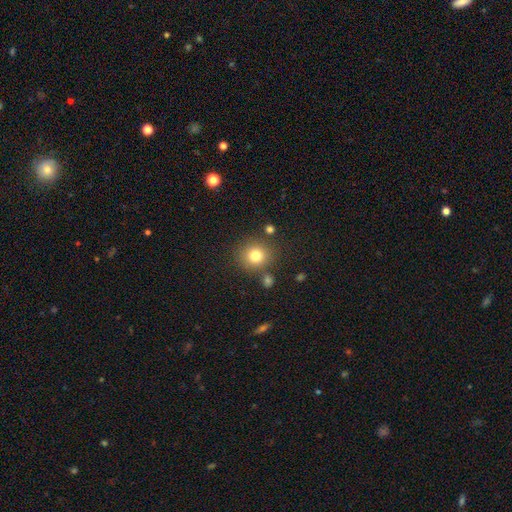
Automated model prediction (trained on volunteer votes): This appears to be a smooth galaxy with no disk features (79%) that is round (88%). Merging: none (81%).